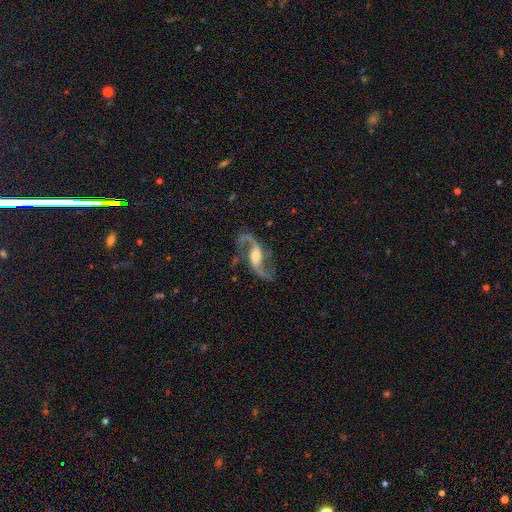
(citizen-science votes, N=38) Overall: featured or disk (97%). Edge-on disk: no (97%). Bar: no (53%; weak 31%). Spiral arms: yes (94%). Spiral arm count: 2 (100%). Spiral winding: loose (94%). Bulge size: small (47%; moderate 42%). Merging: none (71%).